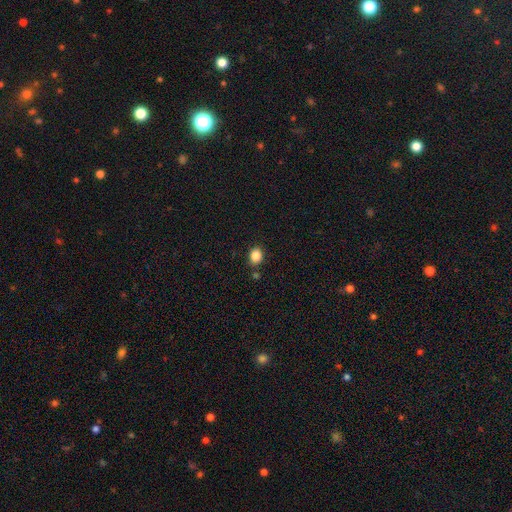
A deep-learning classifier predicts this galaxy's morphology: Q: Smooth or featured?
A: smooth (86%); runner-up: star or artifact (10%)
Q: How rounded?
A: round (58%); runner-up: in between (41%)
Q: Merging?
A: none (83%); runner-up: minor disturbance (10%)